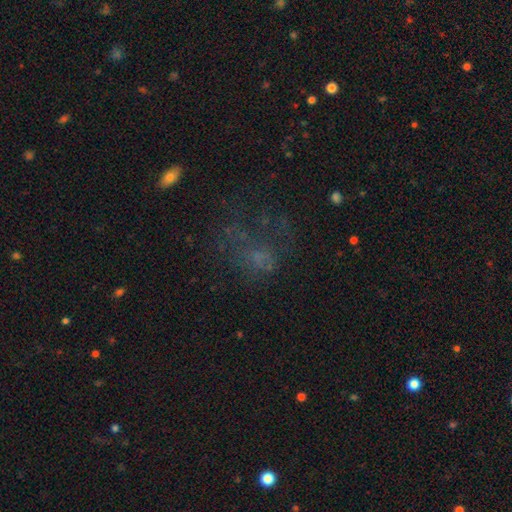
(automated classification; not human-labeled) The model was most divided on "merging": none: 41%, major disturbance: 37%, minor disturbance: 17%, merger: 5%. Remaining: smooth or featured — smooth (37%).